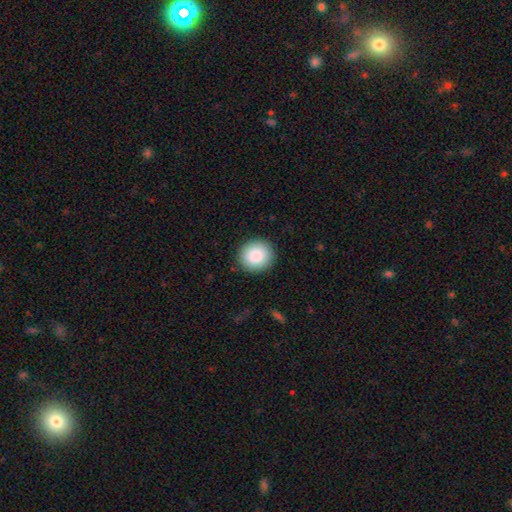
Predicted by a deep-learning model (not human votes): Overall: smooth (88%). How rounded: round (88%). Merging: none (91%).